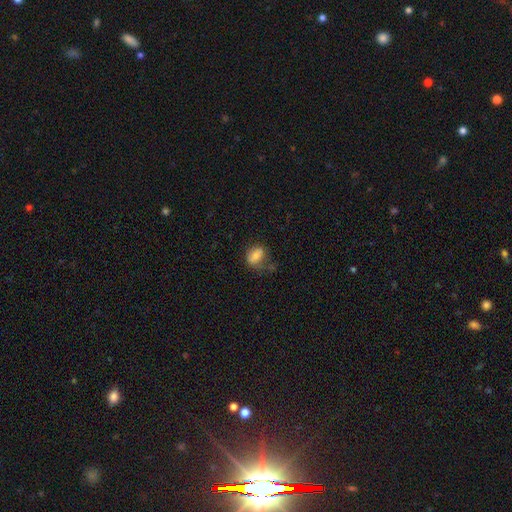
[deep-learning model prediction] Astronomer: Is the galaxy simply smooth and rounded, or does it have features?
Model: smooth — 76%.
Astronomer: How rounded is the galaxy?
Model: in between — 74%.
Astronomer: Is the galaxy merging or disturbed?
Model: none — 48% (runner-up: minor disturbance, 30%).